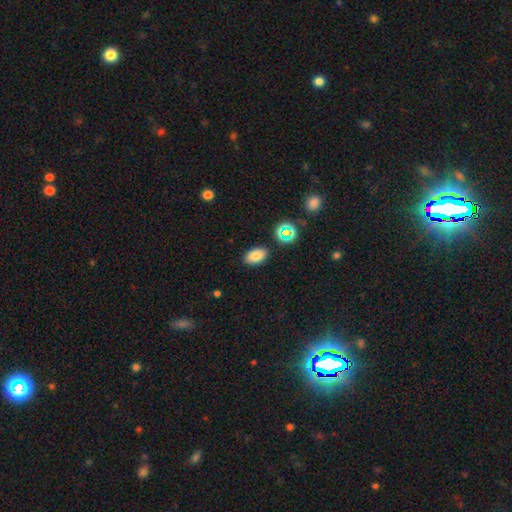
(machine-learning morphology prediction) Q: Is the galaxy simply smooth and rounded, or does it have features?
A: smooth — 78%.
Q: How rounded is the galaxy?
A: in between — 89%.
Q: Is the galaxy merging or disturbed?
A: none — 85%.